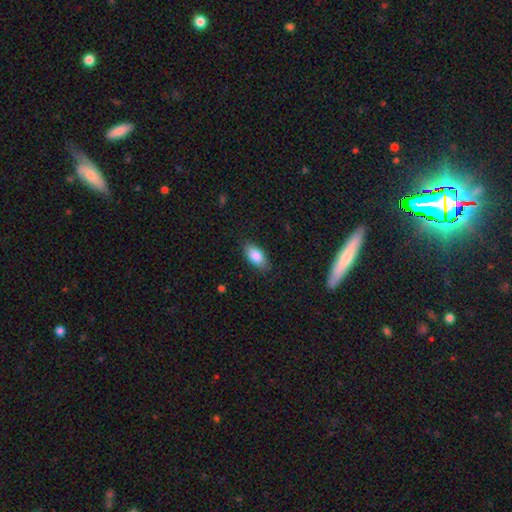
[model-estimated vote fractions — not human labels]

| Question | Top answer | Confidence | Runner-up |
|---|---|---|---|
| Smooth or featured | smooth | 85% | featured or disk (8%) |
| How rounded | in between | 91% | cigar-shaped (6%) |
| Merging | none | 85% | minor disturbance (12%) |